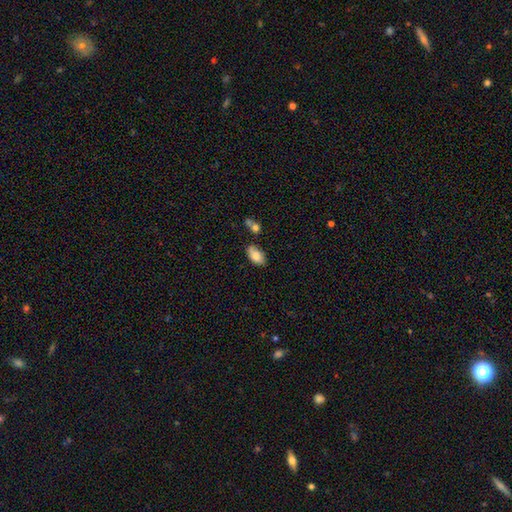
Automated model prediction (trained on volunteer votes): smooth 79%, featured or disk 13%, star or artifact 7%. Down the decision tree: how rounded — in between (93%); merging — none (64%).